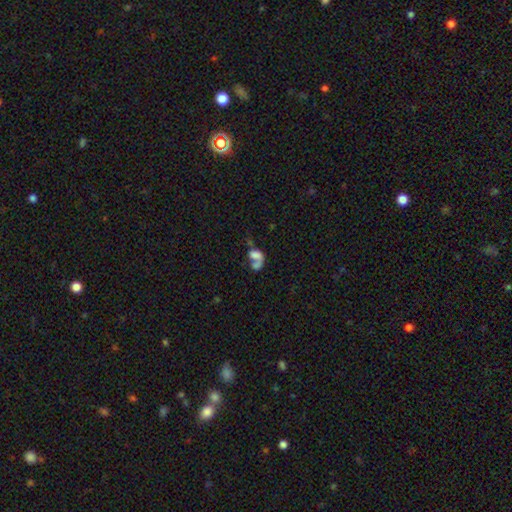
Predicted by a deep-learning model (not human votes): A smooth galaxy with no disk features (60%) that is in between round and cigar-shaped (75%). Merging: merger (56%).